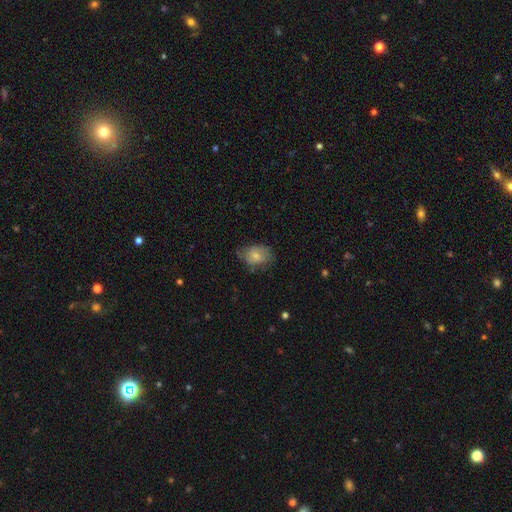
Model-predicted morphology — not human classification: type=smooth (69%); roundness=in between (72%); merging=none (58%).